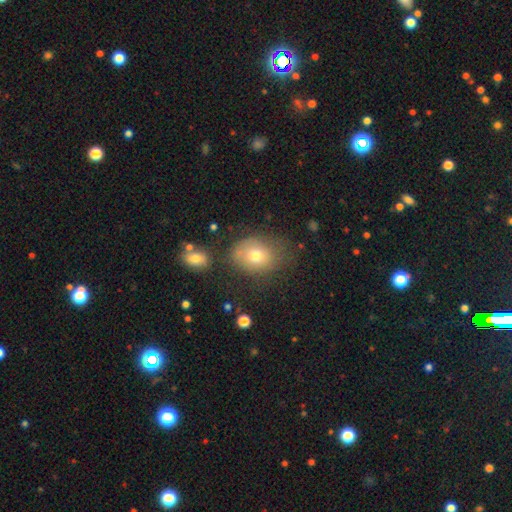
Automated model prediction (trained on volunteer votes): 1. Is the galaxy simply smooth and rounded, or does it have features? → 72% smooth, 17% featured or disk, 11% star or artifact.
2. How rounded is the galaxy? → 54% in between, 45% round, 1% cigar-shaped.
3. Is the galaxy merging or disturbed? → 58% none, 23% minor disturbance, 11% major disturbance, 7% merger.